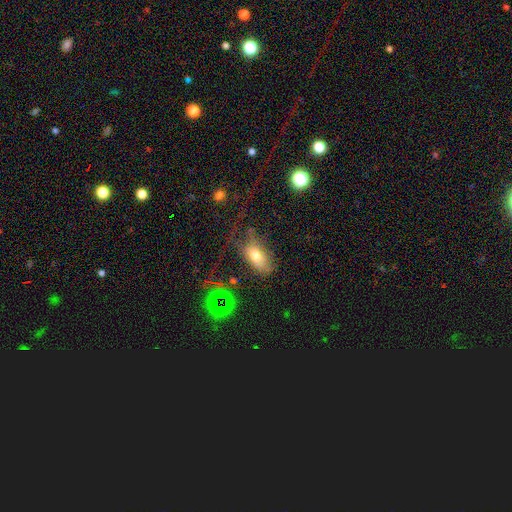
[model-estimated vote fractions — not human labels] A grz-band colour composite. It shows a smooth galaxy with no disk features (67%) that is in between round and cigar-shaped (87%). Merging: none (44%).